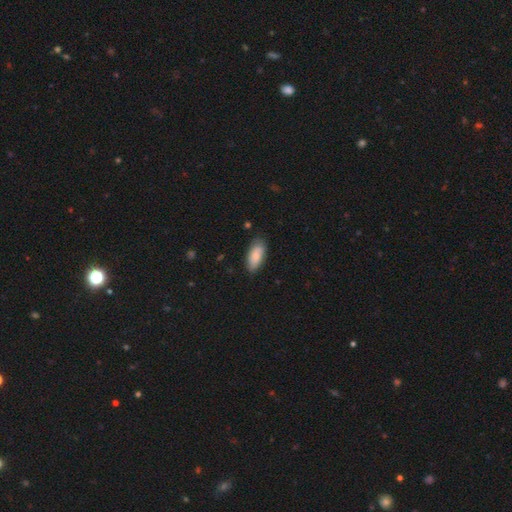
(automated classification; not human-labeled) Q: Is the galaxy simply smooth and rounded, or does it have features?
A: smooth — 85%.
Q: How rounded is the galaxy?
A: in between — 86%.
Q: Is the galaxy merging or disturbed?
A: none — 80%.